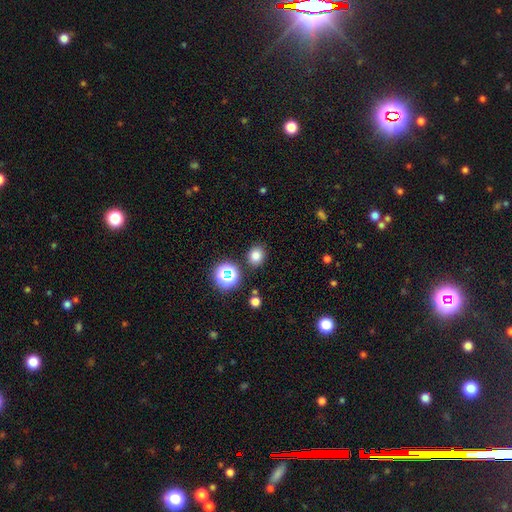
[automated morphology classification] The model was most divided on "how rounded": round: 70%, in between: 29%, cigar-shaped: 1%. More confident: merging — none (86%); smooth or featured — smooth (77%).